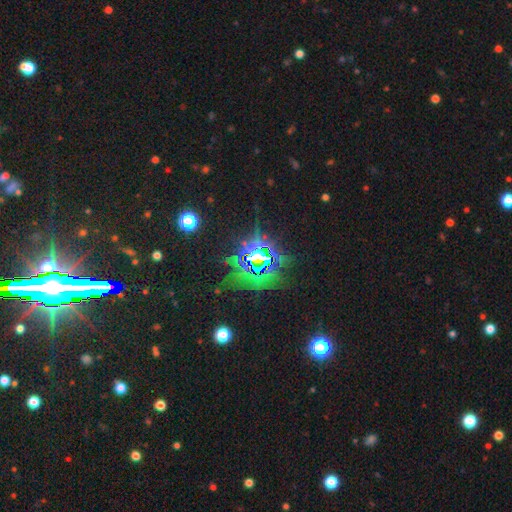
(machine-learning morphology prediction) type=star or artifact (82%).